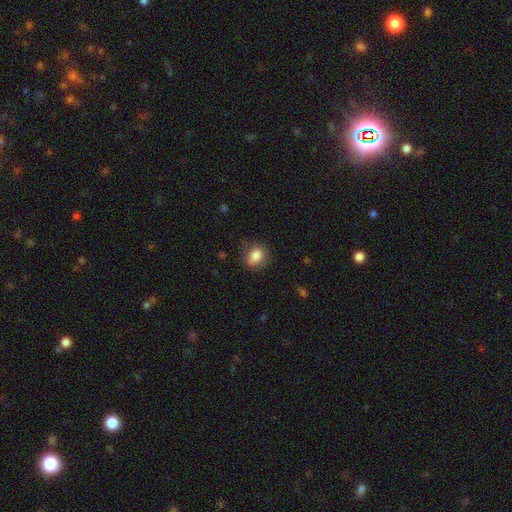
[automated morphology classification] A smooth galaxy with no disk features (83%) that is round (60%).

Vote fractions:
- Smooth or featured? smooth: 83% / star or artifact: 9% / featured or disk: 8%
- How rounded? round: 60% / in between: 39% / cigar-shaped: 1%
- Merging? none: 72% / minor disturbance: 20% / major disturbance: 6% / merger: 1%